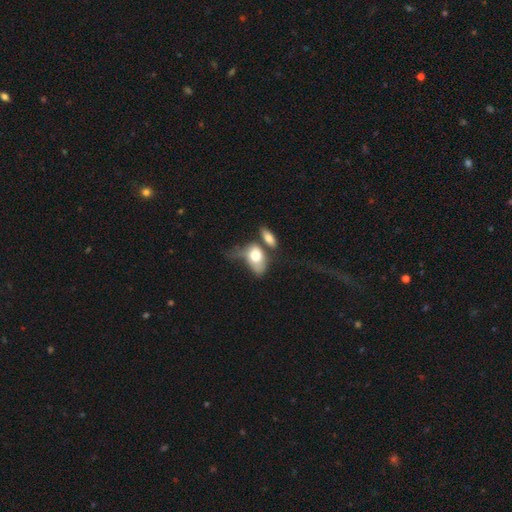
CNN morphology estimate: The model was most divided on "merging": merger: 39%, major disturbance: 28%, none: 17%, minor disturbance: 16%. More confident: how rounded — in between (84%); smooth or featured — smooth (70%).